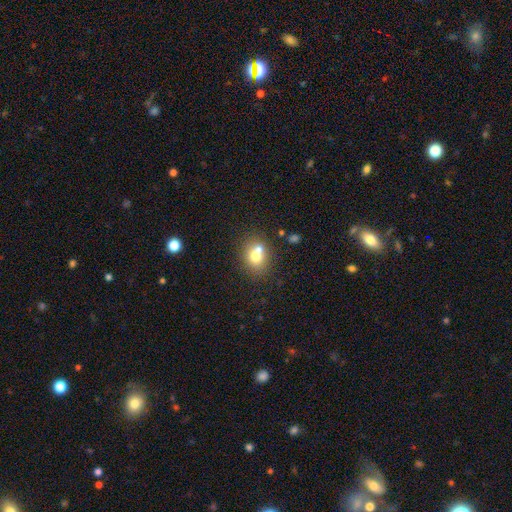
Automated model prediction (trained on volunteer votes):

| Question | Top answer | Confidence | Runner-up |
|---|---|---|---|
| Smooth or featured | smooth | 69% | featured or disk (19%) |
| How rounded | round | 65% | in between (35%) |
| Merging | none | 46% | merger (42%) |